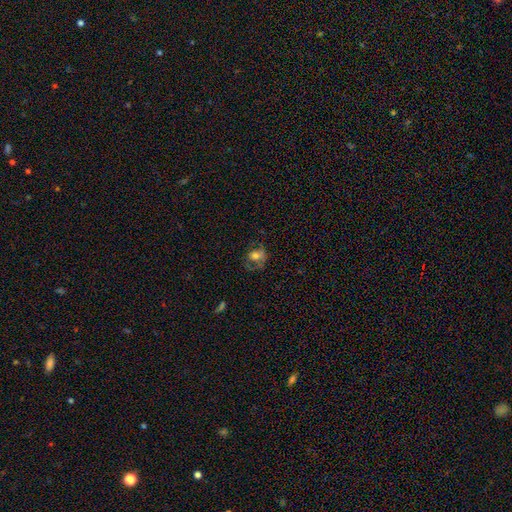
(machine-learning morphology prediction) A smooth galaxy with no disk features (56%) that is in between round and cigar-shaped (51%). Merging: none (49%).